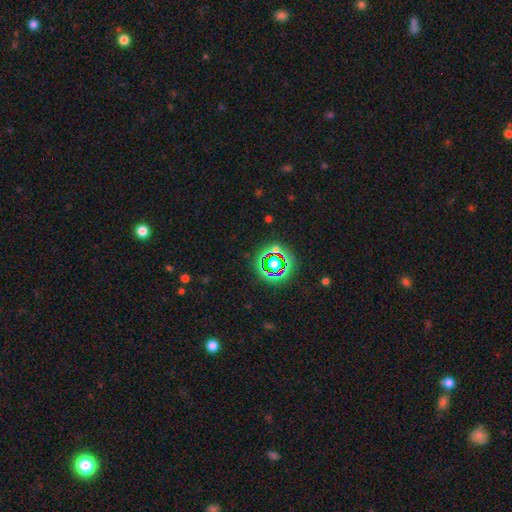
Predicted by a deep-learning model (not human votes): Morphology: type=star or artifact (72%).